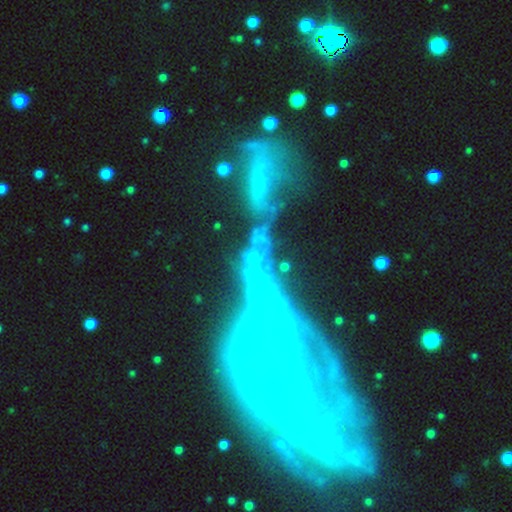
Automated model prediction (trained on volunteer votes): Q: Smooth or featured?
A: featured or disk (59%); runner-up: star or artifact (24%)
Q: Edge-on disk?
A: no (88%); runner-up: yes (12%)
Q: Bar?
A: no (73%); runner-up: weak (15%)
Q: Spiral arms?
A: no (65%); runner-up: yes (35%)
Q: Bulge size?
A: none (46%); runner-up: moderate (23%)
Q: Merging?
A: merger (51%); runner-up: major disturbance (28%)